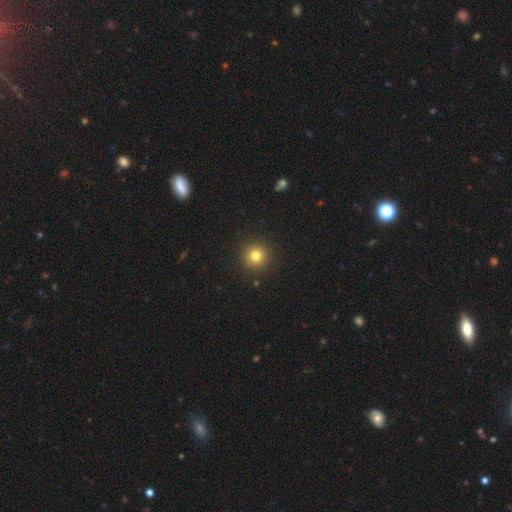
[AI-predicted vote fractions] Q: Smooth or featured?
A: smooth (80%); runner-up: star or artifact (13%)
Q: How rounded?
A: round (95%); runner-up: in between (4%)
Q: Merging?
A: none (92%); runner-up: minor disturbance (5%)